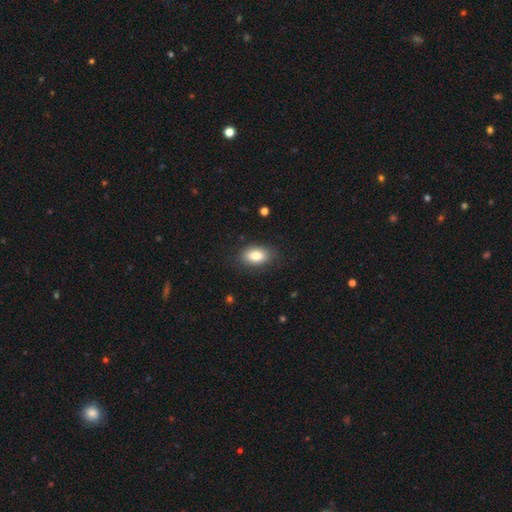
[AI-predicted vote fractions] smooth-or-featured: smooth: 84% | featured or disk: 9% | star or artifact: 7%
  how-rounded: in between: 90% | round: 8% | cigar-shaped: 2%
  merging: none: 81% | minor disturbance: 14% | major disturbance: 4% | merger: 1%